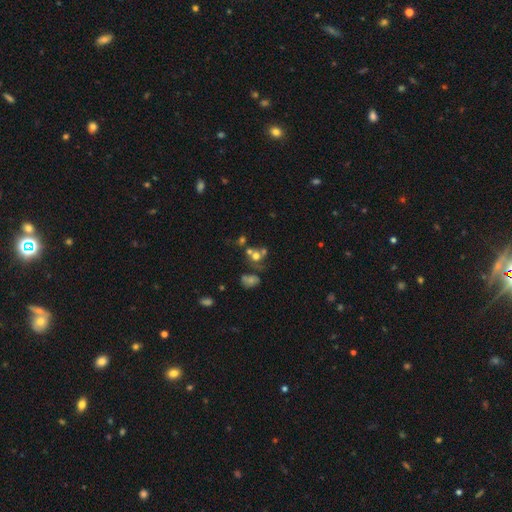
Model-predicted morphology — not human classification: Smooth or featured?
  - smooth: 55% *
  - featured or disk: 23%
  - star or artifact: 22%
How rounded?
  - round: 70% *
  - in between: 28%
  - cigar-shaped: 2%
Merging?
  - merger: 43% *
  - none: 36%
  - minor disturbance: 11%
  - major disturbance: 10%